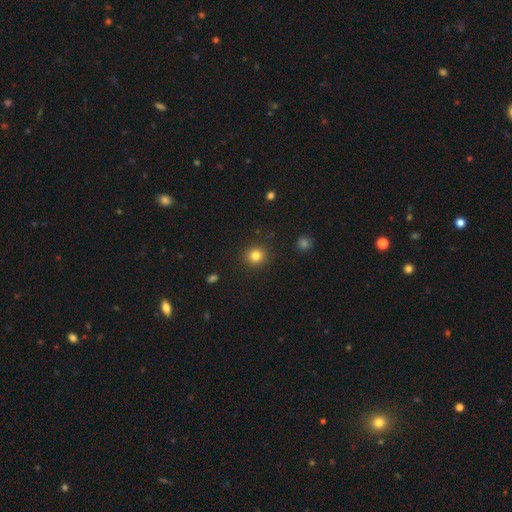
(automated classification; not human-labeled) Smooth or featured? smooth (82%)
How rounded? round (89%)
Merging? none (91%)